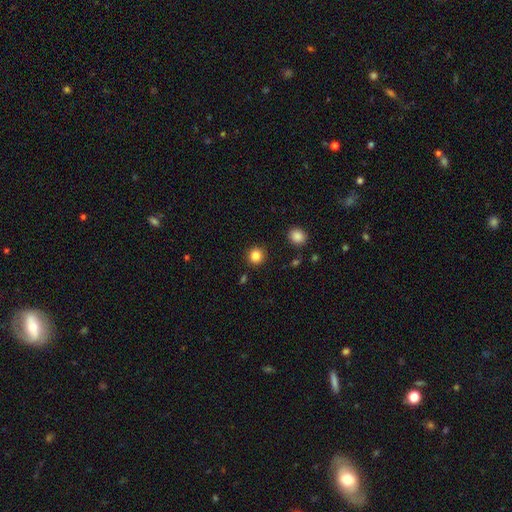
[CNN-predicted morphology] smooth-or-featured: smooth: 84% | star or artifact: 11% | featured or disk: 4%
  how-rounded: round: 91% | in between: 8% | cigar-shaped: 1%
  merging: none: 90% | minor disturbance: 6% | major disturbance: 2% | merger: 2%